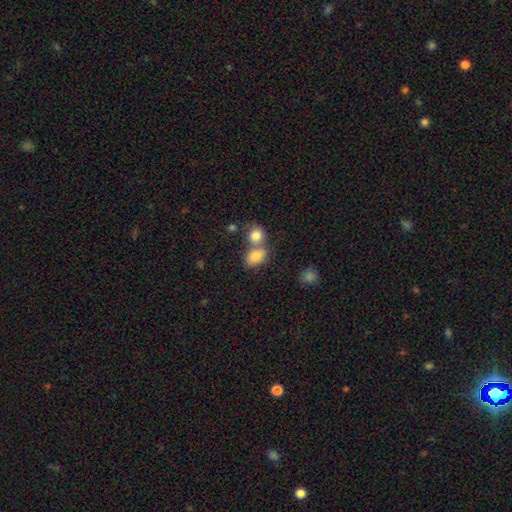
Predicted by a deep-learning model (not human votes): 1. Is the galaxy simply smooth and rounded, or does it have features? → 84% smooth, 9% star or artifact, 7% featured or disk.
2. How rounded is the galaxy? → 77% in between, 22% round, 2% cigar-shaped.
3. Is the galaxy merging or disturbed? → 49% merger, 36% none, 10% minor disturbance, 5% major disturbance.